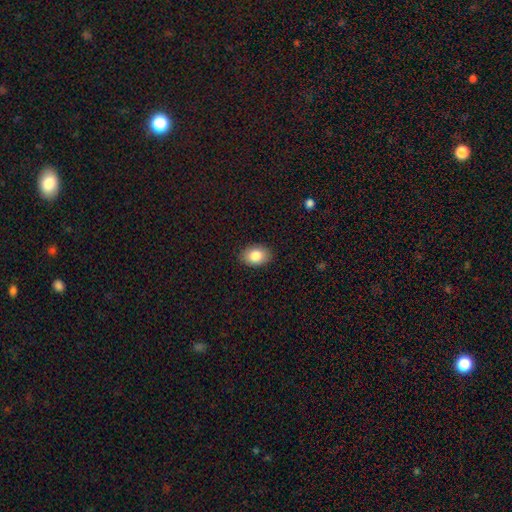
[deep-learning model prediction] The model was most divided on "how rounded": in between: 77%, round: 22%, cigar-shaped: 1%. More confident: merging — none (88%); smooth or featured — smooth (85%).